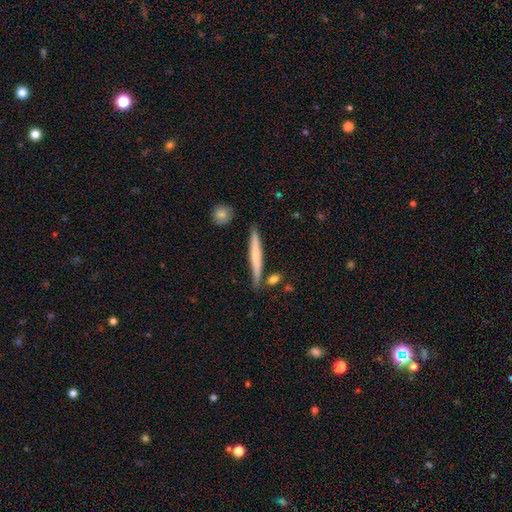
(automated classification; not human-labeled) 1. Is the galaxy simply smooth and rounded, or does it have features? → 57% smooth, 37% featured or disk, 6% star or artifact.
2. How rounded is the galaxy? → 95% cigar-shaped, 3% in between, 1% round.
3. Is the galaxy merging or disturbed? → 82% none, 12% minor disturbance, 4% merger, 2% major disturbance.